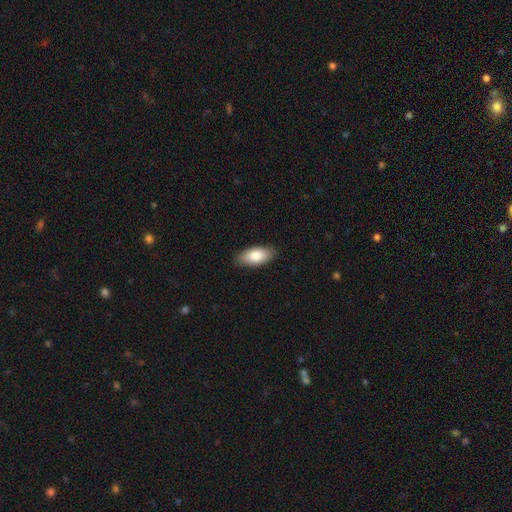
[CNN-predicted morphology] type=smooth (82%); roundness=in between (90%); merging=none (87%).